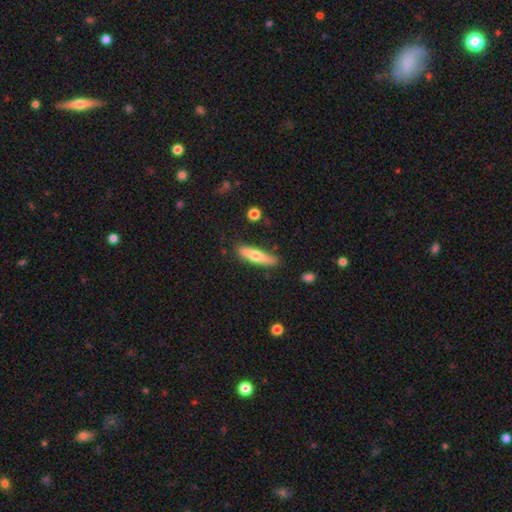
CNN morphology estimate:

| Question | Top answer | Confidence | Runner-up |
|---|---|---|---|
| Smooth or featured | smooth | 60% | featured or disk (34%) |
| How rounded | cigar-shaped | 75% | in between (23%) |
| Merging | none | 82% | minor disturbance (13%) |